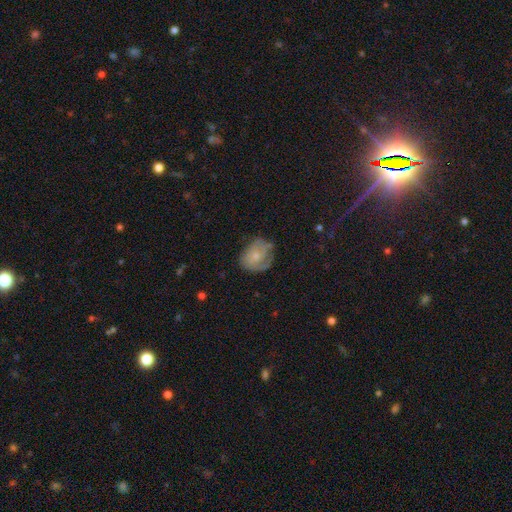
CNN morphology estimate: Q: Smooth or featured?
A: featured or disk (47%); runner-up: smooth (46%)
Q: Merging?
A: none (51%); runner-up: minor disturbance (30%)